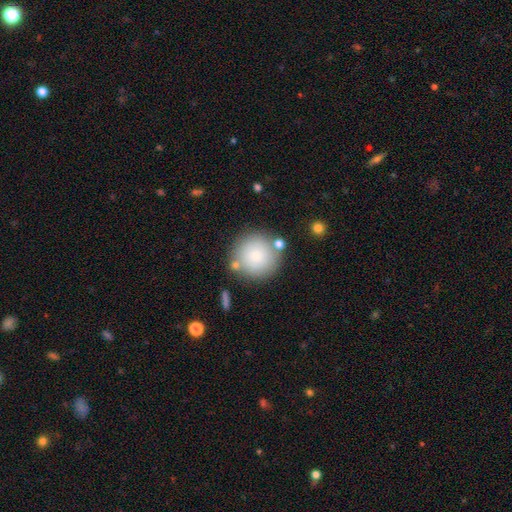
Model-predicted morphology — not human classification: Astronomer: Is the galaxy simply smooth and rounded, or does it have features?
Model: smooth — 82%.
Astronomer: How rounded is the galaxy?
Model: round — 94%.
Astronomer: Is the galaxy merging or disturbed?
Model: none — 77%.